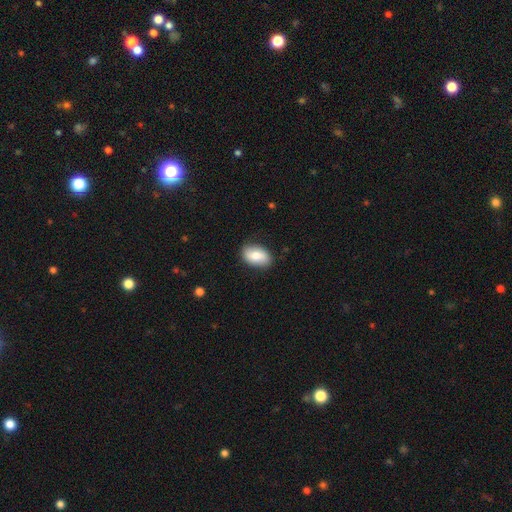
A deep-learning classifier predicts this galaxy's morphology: Smooth or featured? Predicted: smooth (p=0.74). How rounded? Predicted: in between (p=0.90). Merging? Predicted: none (p=0.84).